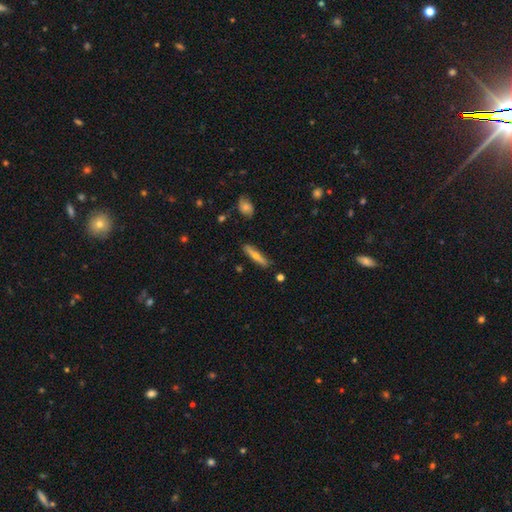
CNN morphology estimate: Smooth or featured: smooth — 47% (featured or disk — 46%)
Merging: none — 86% (minor disturbance — 10%)